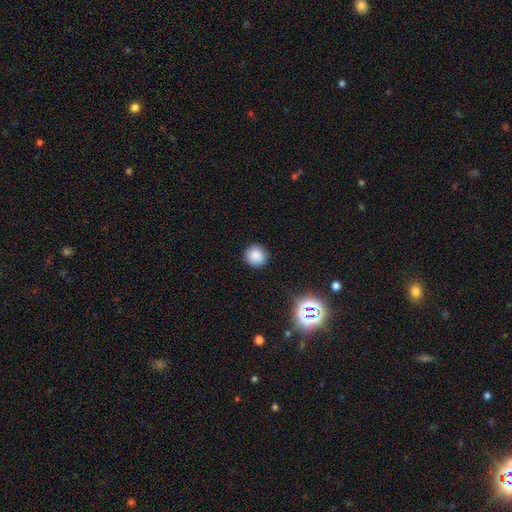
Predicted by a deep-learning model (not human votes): Morphology: type=smooth (83%); roundness=round (93%); merging=none (90%).